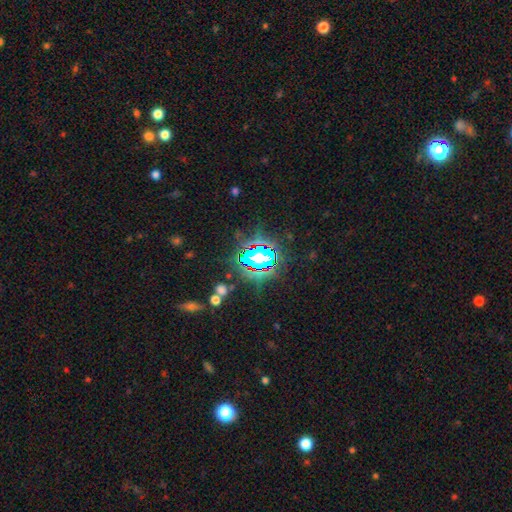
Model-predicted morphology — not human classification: star or artifact 77%, smooth 13%, featured or disk 10%.